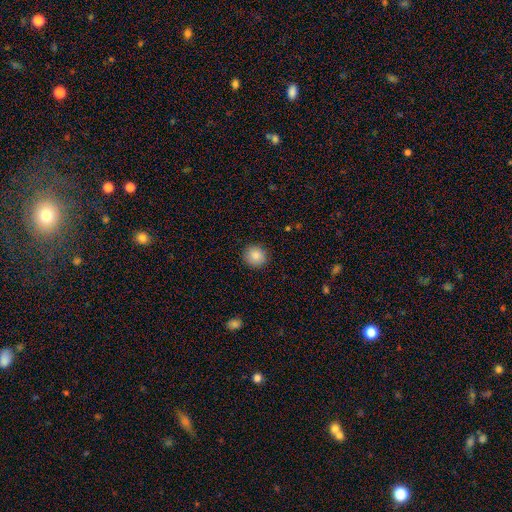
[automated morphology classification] A smooth galaxy with no disk features (87%) that is round (88%).

Vote fractions:
- Smooth or featured? smooth: 87% / star or artifact: 9% / featured or disk: 4%
- How rounded? round: 88% / in between: 11% / cigar-shaped: 1%
- Merging? none: 91% / minor disturbance: 6% / major disturbance: 2% / merger: 1%